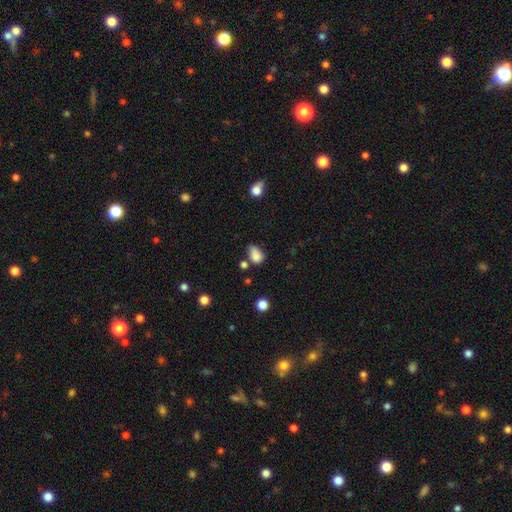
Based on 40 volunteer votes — Morphology: type=smooth (90%); roundness=in between (75%); merging=minor disturbance (42%).